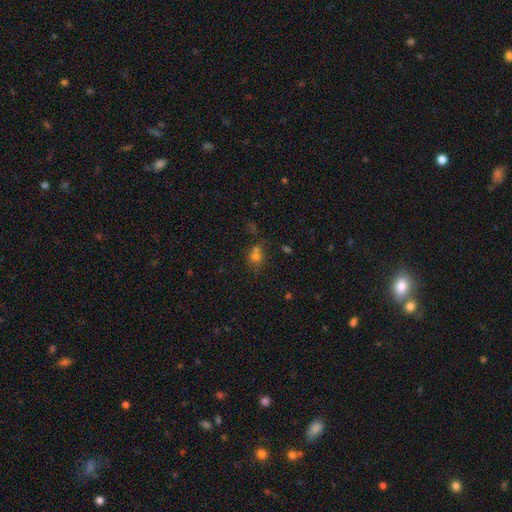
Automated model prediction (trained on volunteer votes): This appears to be a smooth galaxy with no disk features (63%) that is round (76%). Merging: none (52%).